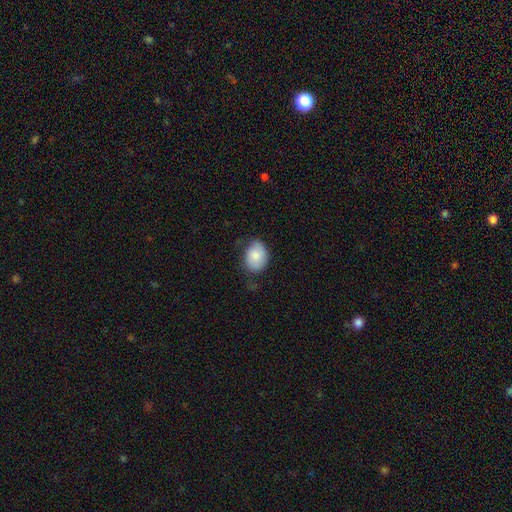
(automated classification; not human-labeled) Morphology: type=smooth (78%); roundness=in between (67%); merging=none (59%).